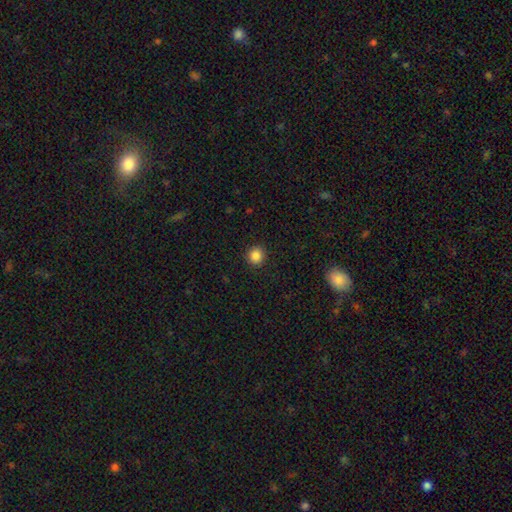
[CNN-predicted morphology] A smooth galaxy with no disk features (86%) that is round (91%). Merging: none (91%).